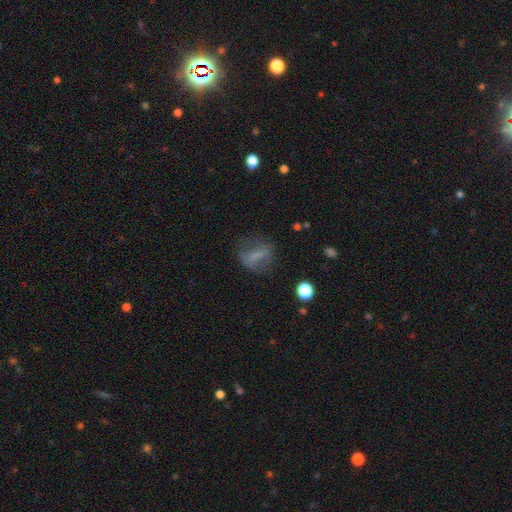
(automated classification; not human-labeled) Morphology: type=smooth (53%); roundness=in between (54%); merging=none (62%).